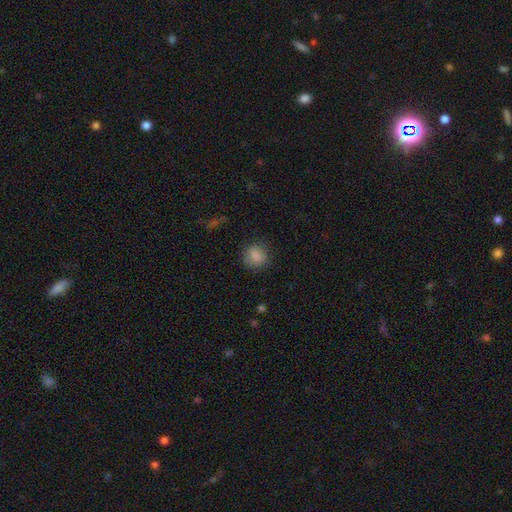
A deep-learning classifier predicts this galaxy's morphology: Smooth or featured? smooth (85%)
How rounded? round (82%)
Merging? none (82%)